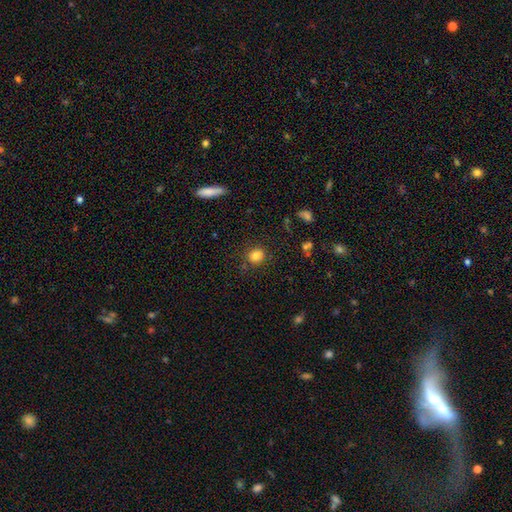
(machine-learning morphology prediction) Smooth or featured: smooth — 82% (star or artifact — 12%)
How rounded: round — 76% (in between — 23%)
Merging: none — 84% (minor disturbance — 10%)